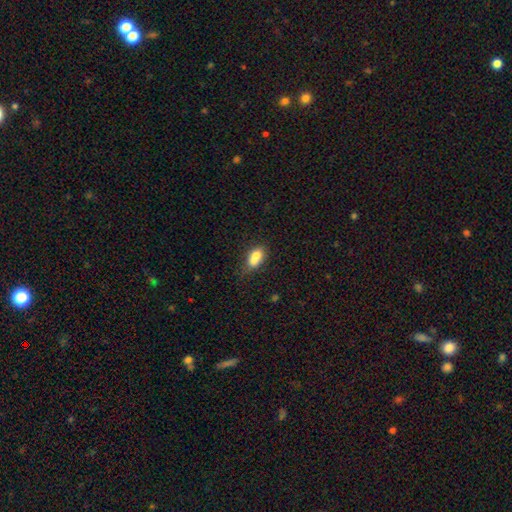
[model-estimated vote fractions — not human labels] Morphology: type=smooth (75%); roundness=in between (82%); merging=none (41%).